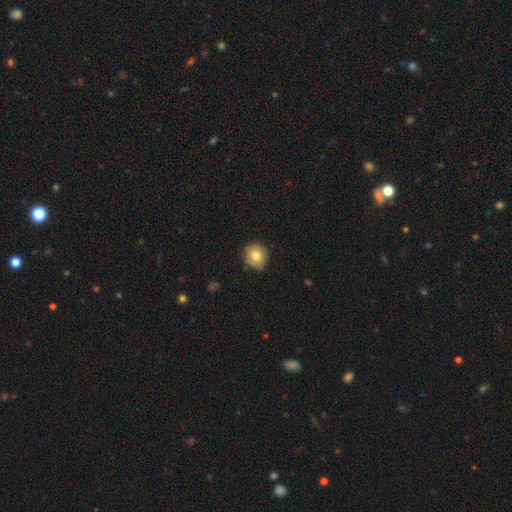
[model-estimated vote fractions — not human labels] smooth_or_featured: smooth (p=0.78) [alt: featured or disk p=0.13]
how_rounded: round (p=0.88) [alt: in between p=0.11]
merging: none (p=0.81) [alt: minor disturbance p=0.15]